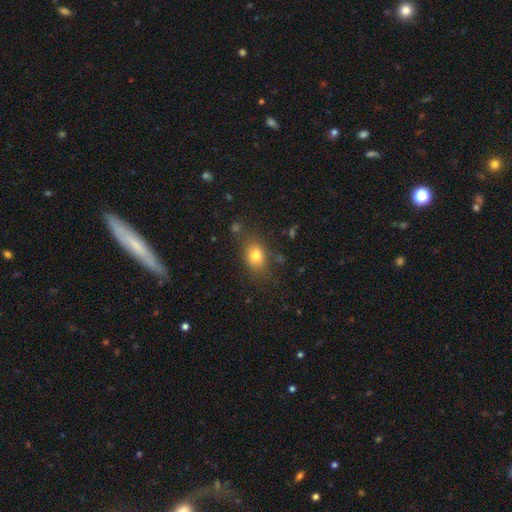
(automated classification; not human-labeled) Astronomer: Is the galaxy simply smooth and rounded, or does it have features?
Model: smooth — 78%.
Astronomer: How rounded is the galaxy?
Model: in between — 62%.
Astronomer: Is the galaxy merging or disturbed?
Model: none — 75%.